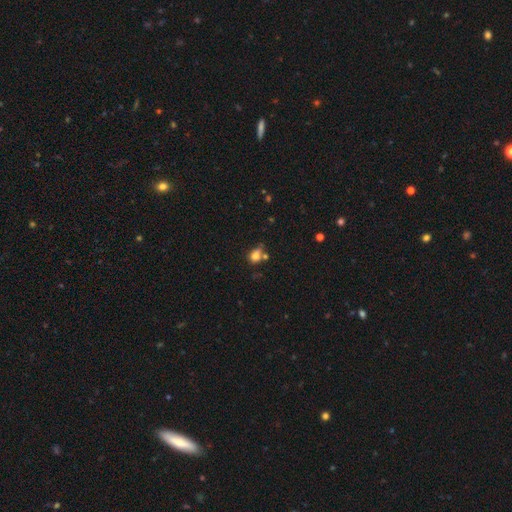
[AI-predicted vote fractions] Morphology: type=smooth (75%); roundness=in between (52%); merging=none (41%).